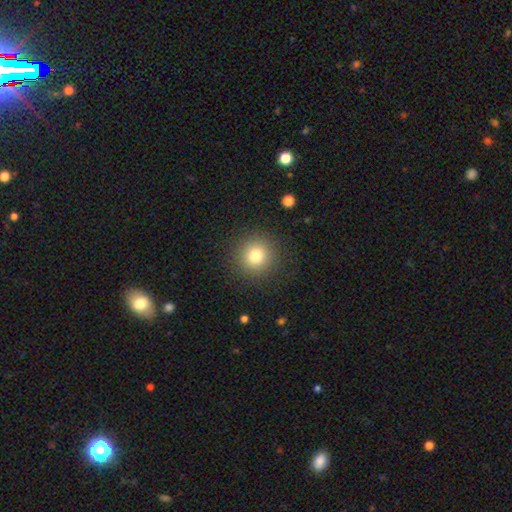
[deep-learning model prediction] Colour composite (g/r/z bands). It shows a smooth galaxy with no disk features (79%) that is round (94%). Merging: none (90%).